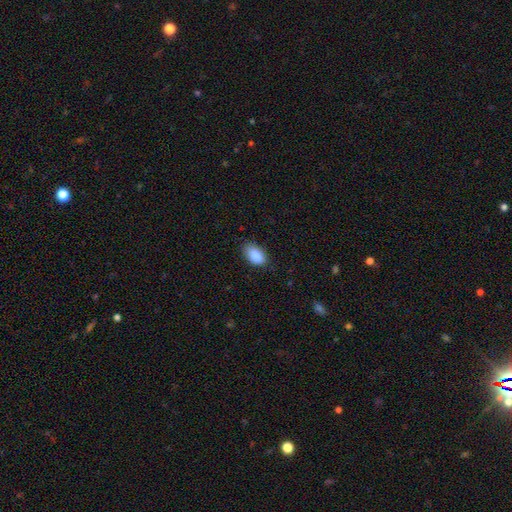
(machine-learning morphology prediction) Smooth or featured? smooth (89%)
How rounded? in between (93%)
Merging? none (76%)